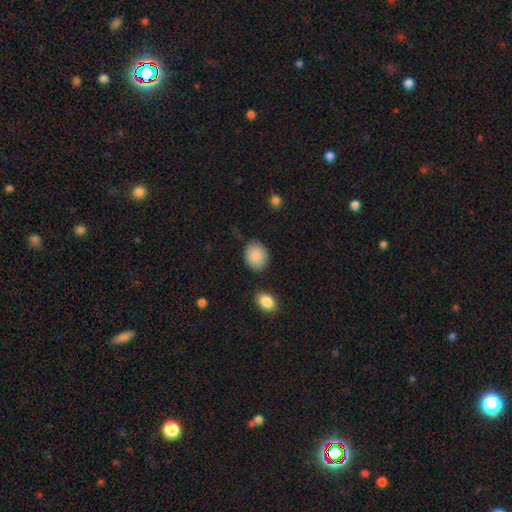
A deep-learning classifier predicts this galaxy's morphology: Overall: smooth (89%). How rounded: in between (50%; round 49%). Merging: none (80%).